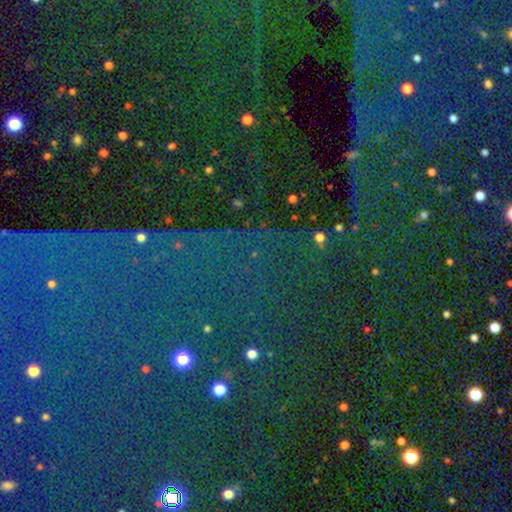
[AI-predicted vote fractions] star or artifact 86%, smooth 7%, featured or disk 7%.